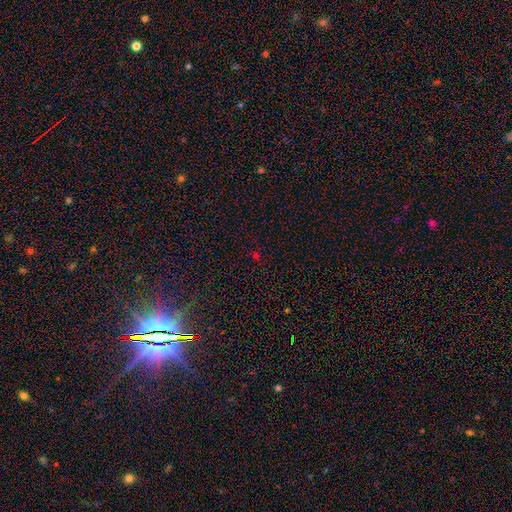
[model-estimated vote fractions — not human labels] Smooth or featured? Predicted: star or artifact (p=0.56).